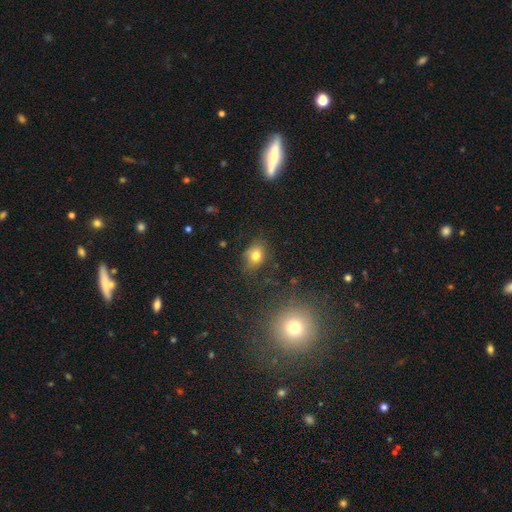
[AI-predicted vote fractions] This is likely a smooth galaxy (77%). How rounded: possibly in between (58%). Merging: likely none (73%).